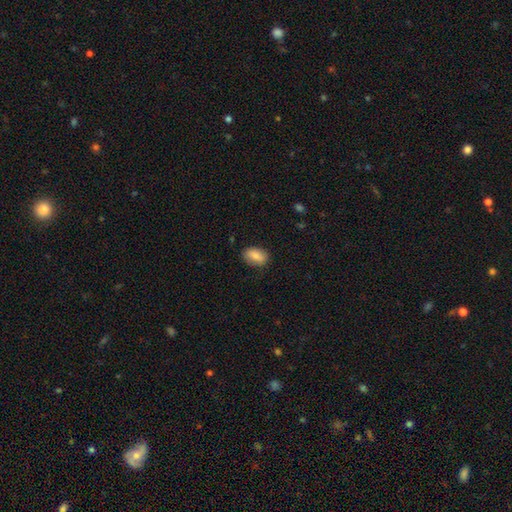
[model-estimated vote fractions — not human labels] smooth_or_featured: smooth (p=0.84) [alt: featured or disk p=0.09]
how_rounded: in between (p=0.88) [alt: round p=0.10]
merging: none (p=0.83) [alt: minor disturbance p=0.13]